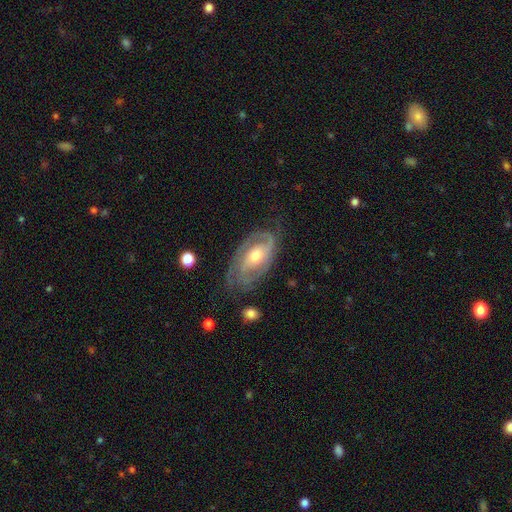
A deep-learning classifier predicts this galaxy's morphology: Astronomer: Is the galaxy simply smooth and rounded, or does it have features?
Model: featured or disk — 86%.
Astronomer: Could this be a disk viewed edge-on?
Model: no — 95%.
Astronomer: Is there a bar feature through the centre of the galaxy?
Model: no — 51% (runner-up: weak, 36%).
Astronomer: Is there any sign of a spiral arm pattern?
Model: yes — 94%.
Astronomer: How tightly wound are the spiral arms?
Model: tight — 53% (runner-up: medium, 36%).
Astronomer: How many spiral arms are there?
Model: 2 — 63%.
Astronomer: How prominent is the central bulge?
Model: moderate — 66%.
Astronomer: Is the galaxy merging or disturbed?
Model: none — 69%.